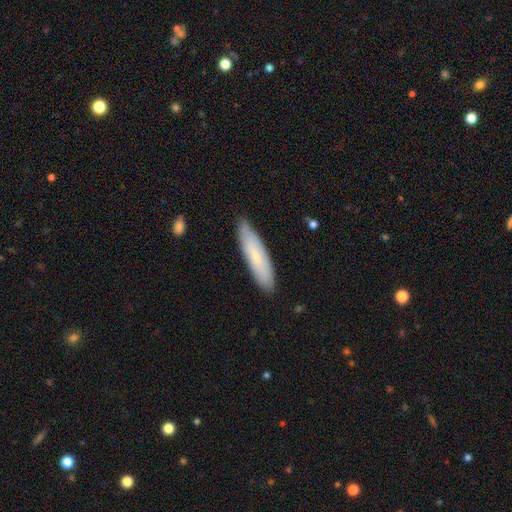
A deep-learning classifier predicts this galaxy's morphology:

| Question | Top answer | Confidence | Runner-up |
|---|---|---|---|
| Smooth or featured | smooth | 62% | featured or disk (31%) |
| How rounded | cigar-shaped | 74% | in between (25%) |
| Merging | none | 84% | minor disturbance (13%) |